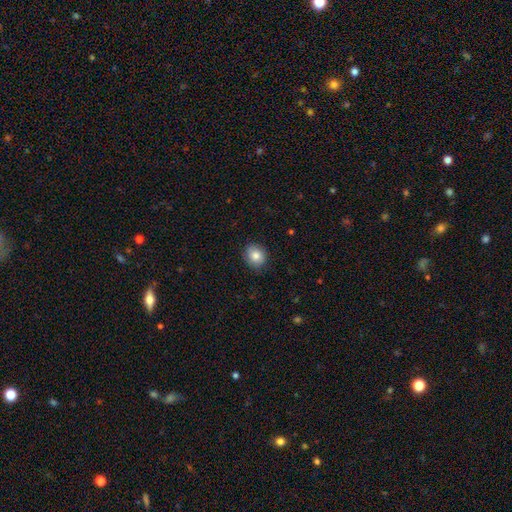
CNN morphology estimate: This appears to be a smooth galaxy with no disk features (83%) that is round (69%). Merging: none (85%).